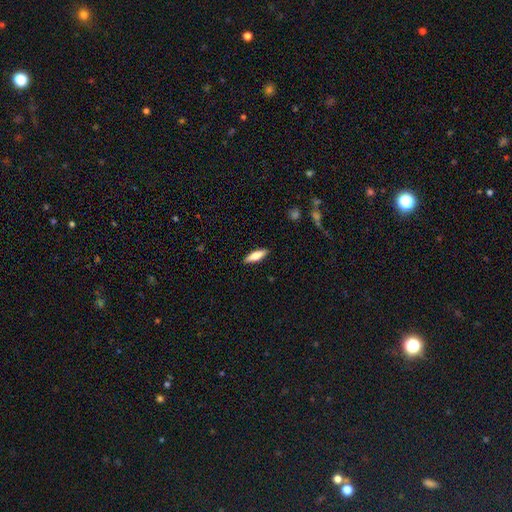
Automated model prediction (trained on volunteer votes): smooth-or-featured: smooth: 68% | featured or disk: 26% | star or artifact: 6%
  how-rounded: cigar-shaped: 52% | in between: 46% | round: 2%
  merging: none: 89% | minor disturbance: 8% | major disturbance: 2% | merger: 1%